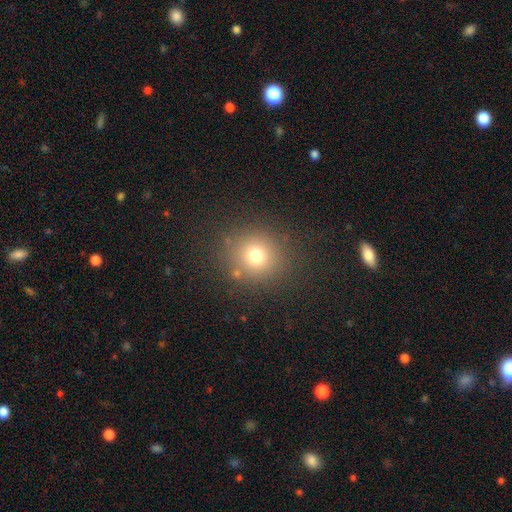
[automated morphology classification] type=smooth (72%); roundness=round (89%); merging=none (84%).